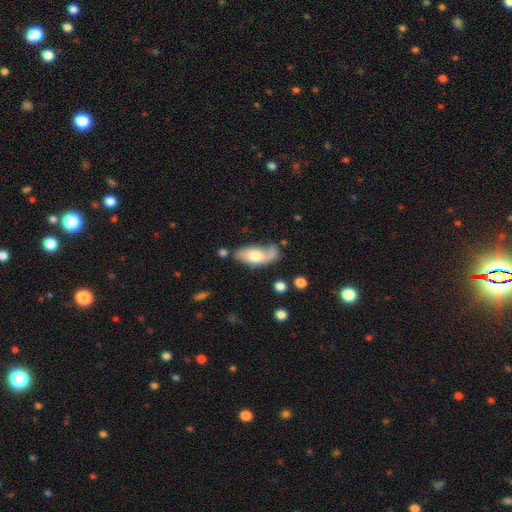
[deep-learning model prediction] smooth_or_featured: smooth (p=0.55) [alt: featured or disk p=0.39]
how_rounded: in between (p=0.87) [alt: cigar-shaped p=0.09]
merging: none (p=0.45) [alt: minor disturbance p=0.27]